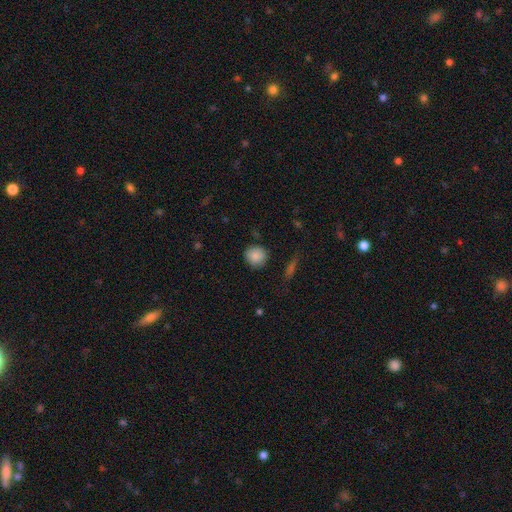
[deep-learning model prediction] Morphology: type=smooth (86%); roundness=round (89%); merging=none (84%).